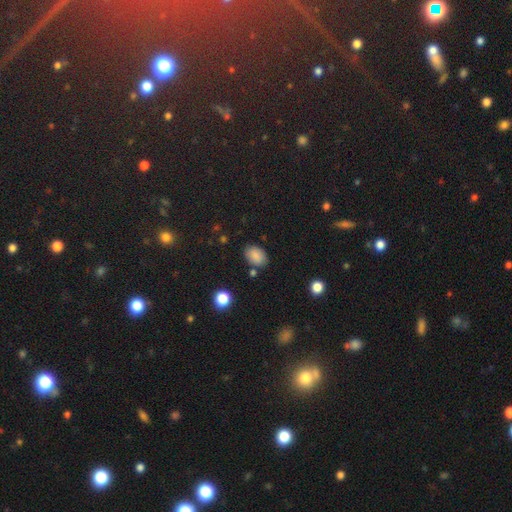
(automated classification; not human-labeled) Q: Smooth or featured?
A: smooth (84%); runner-up: star or artifact (10%)
Q: How rounded?
A: in between (80%); runner-up: round (19%)
Q: Merging?
A: none (78%); runner-up: minor disturbance (14%)